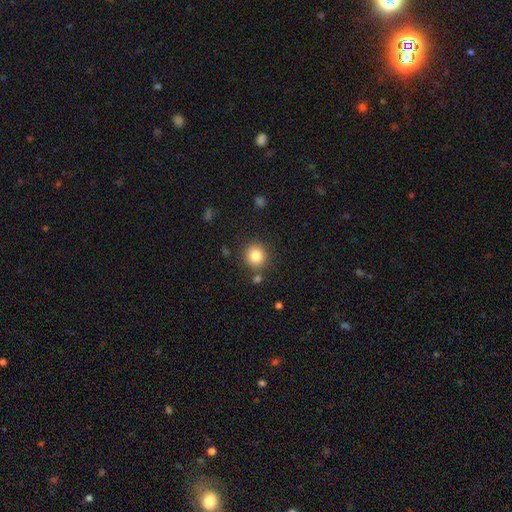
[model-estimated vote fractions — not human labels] Smooth or featured: smooth — 84% (star or artifact — 10%)
How rounded: round — 91% (in between — 8%)
Merging: none — 84% (minor disturbance — 8%)